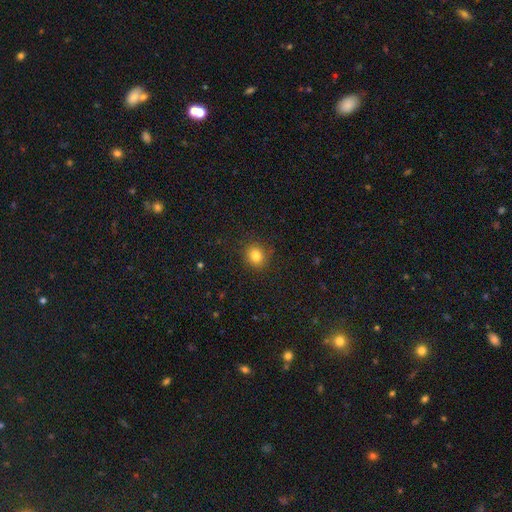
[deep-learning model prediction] Smooth or featured? Predicted: smooth (p=0.82). How rounded? Predicted: round (p=0.81). Merging? Predicted: none (p=0.89).